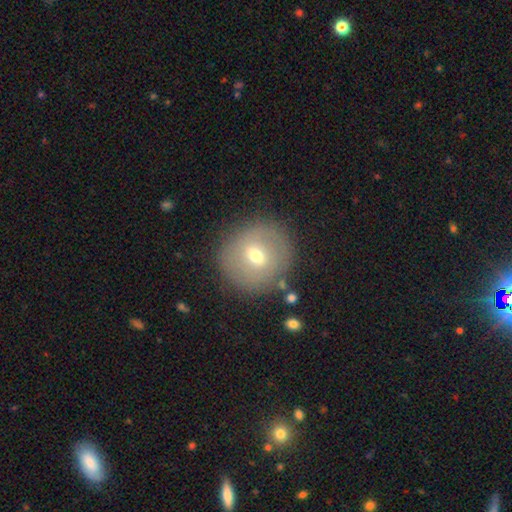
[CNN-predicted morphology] Smooth or featured: smooth — 56% (featured or disk — 34%)
How rounded: round — 91% (in between — 8%)
Merging: none — 83% (minor disturbance — 10%)